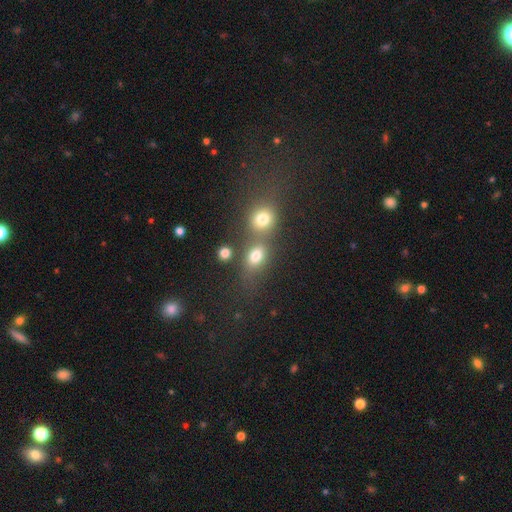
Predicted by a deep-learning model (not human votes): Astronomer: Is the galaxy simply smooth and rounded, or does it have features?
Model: smooth — 76%.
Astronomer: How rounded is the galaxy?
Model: in between — 52% (runner-up: round, 45%).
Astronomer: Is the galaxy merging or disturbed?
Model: none — 44% (runner-up: merger, 41%).